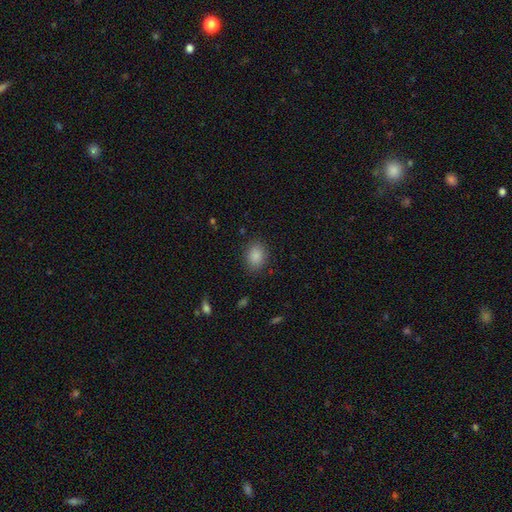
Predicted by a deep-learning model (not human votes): smooth-or-featured: smooth: 87% | star or artifact: 9% | featured or disk: 4%
  how-rounded: in between: 61% | round: 38% | cigar-shaped: 1%
  merging: none: 85% | minor disturbance: 10% | major disturbance: 3% | merger: 1%